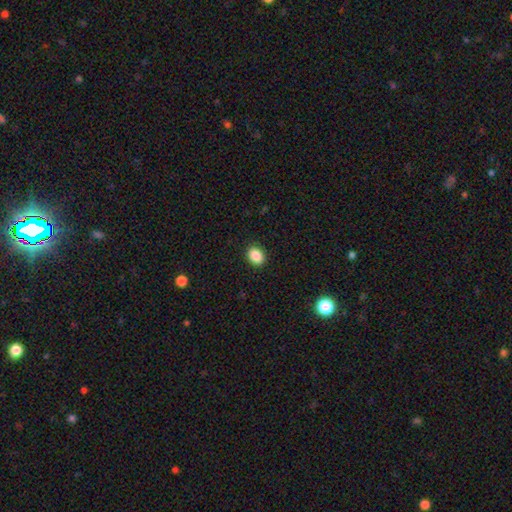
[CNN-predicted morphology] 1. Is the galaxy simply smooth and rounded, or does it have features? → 87% smooth, 9% star or artifact, 4% featured or disk.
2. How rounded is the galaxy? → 63% in between, 36% round, 1% cigar-shaped.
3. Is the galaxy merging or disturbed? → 90% none, 7% minor disturbance, 2% major disturbance, 1% merger.